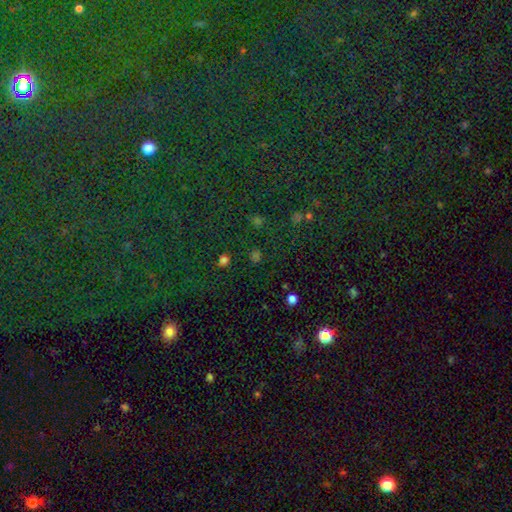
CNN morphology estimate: A star or artifact, not a galaxy (50%).